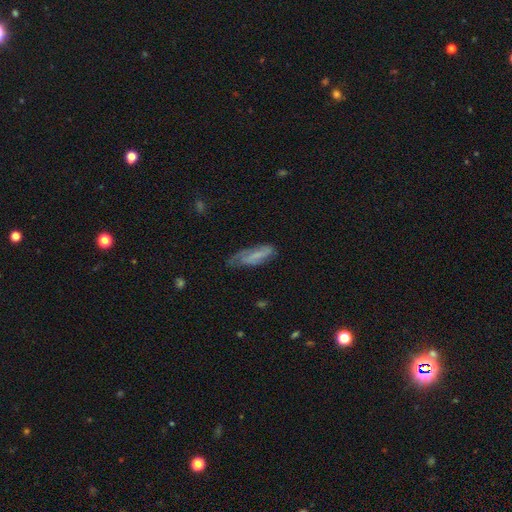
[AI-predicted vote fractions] Smooth or featured? smooth (50%)
How rounded? in between (53%)
Merging? none (45%)